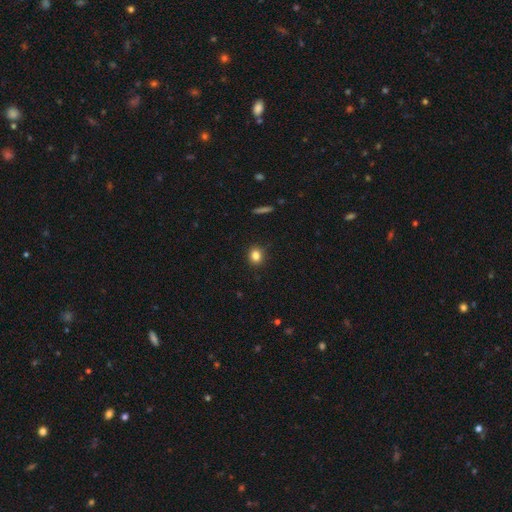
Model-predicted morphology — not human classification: A smooth galaxy with no disk features (83%) that is round (72%).

Vote fractions:
- Smooth or featured? smooth: 83% / star or artifact: 11% / featured or disk: 5%
- How rounded? round: 72% / in between: 26% / cigar-shaped: 1%
- Merging? none: 89% / minor disturbance: 8% / major disturbance: 2% / merger: 1%